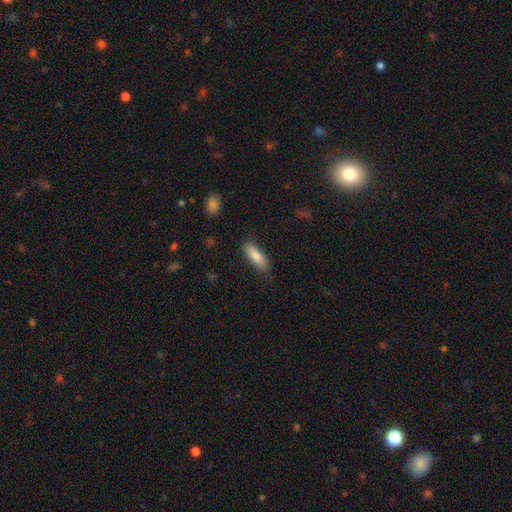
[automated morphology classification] smooth-or-featured: smooth: 82% | featured or disk: 12% | star or artifact: 6%
  how-rounded: in between: 57% | cigar-shaped: 41% | round: 2%
  merging: none: 84% | minor disturbance: 12% | major disturbance: 3% | merger: 1%